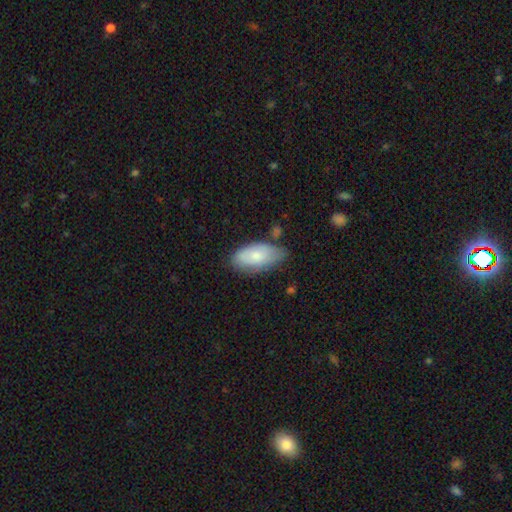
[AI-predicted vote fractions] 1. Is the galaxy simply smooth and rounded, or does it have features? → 73% smooth, 21% featured or disk, 6% star or artifact.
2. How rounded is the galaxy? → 93% in between, 4% cigar-shaped, 3% round.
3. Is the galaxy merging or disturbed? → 58% none, 30% minor disturbance, 7% major disturbance, 5% merger.